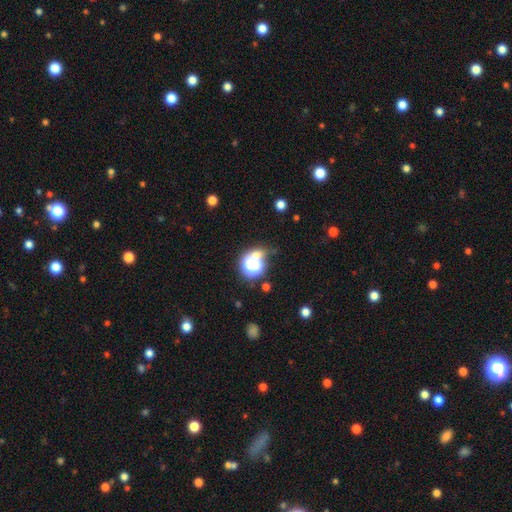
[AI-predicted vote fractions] Morphology: type=star or artifact (51%).